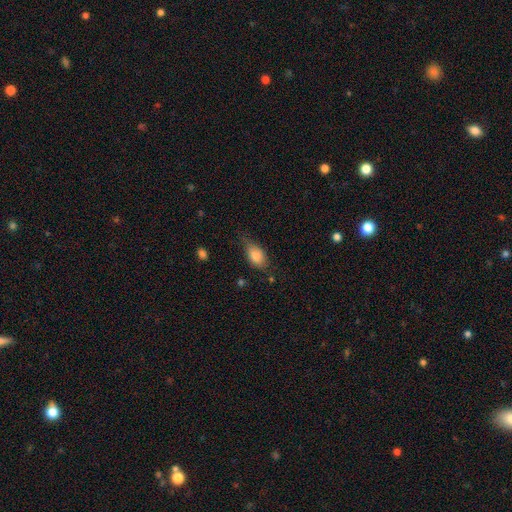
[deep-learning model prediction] Smooth or featured? smooth (80%)
How rounded? in between (86%)
Merging? none (53%)